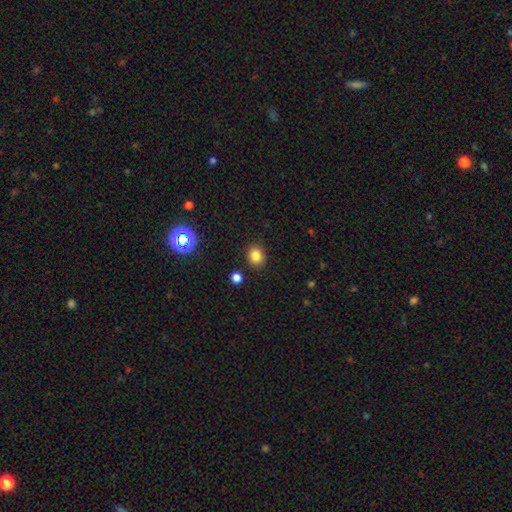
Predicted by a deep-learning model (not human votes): This appears to be a smooth galaxy with no disk features (82%) that is round (65%). Merging: none (88%).